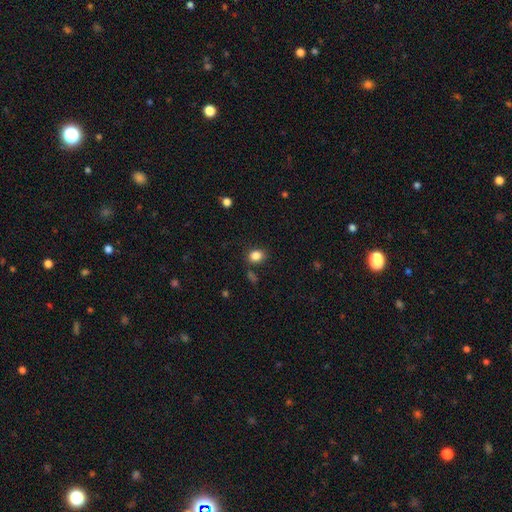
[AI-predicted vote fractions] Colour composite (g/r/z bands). It shows a smooth galaxy with no disk features (84%) that is in between round and cigar-shaped (54%). Merging: none (79%).